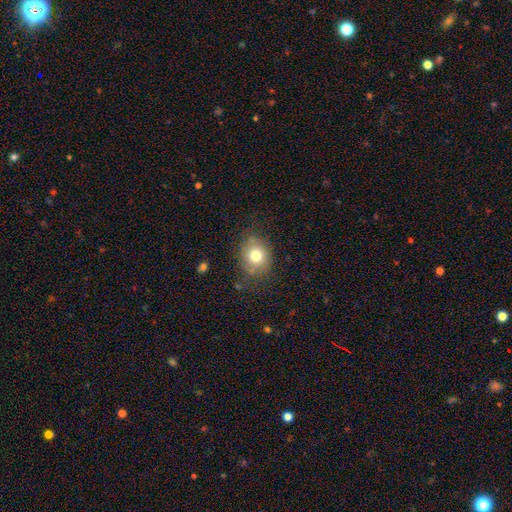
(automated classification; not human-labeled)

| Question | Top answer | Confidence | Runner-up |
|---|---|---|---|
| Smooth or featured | smooth | 76% | featured or disk (13%) |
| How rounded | round | 62% | in between (37%) |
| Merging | none | 72% | minor disturbance (20%) |